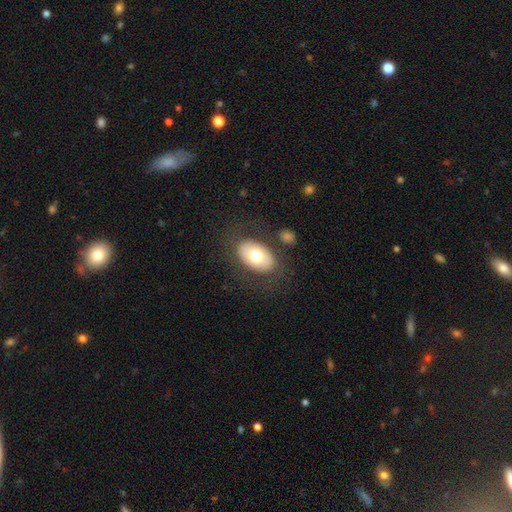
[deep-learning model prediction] Smooth or featured?
  - smooth: 68% *
  - featured or disk: 25%
  - star or artifact: 6%
How rounded?
  - in between: 90% *
  - round: 9%
  - cigar-shaped: 1%
Merging?
  - none: 79% *
  - minor disturbance: 12%
  - major disturbance: 6%
  - merger: 3%